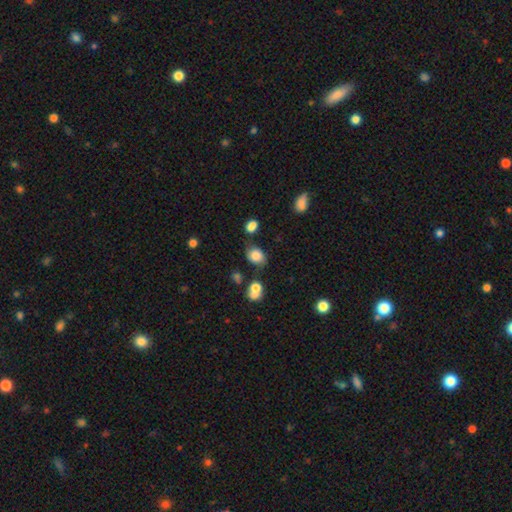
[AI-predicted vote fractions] smooth-or-featured: smooth: 78% | featured or disk: 12% | star or artifact: 10%
  how-rounded: in between: 62% | round: 37% | cigar-shaped: 1%
  merging: none: 65% | minor disturbance: 21% | merger: 8% | major disturbance: 6%